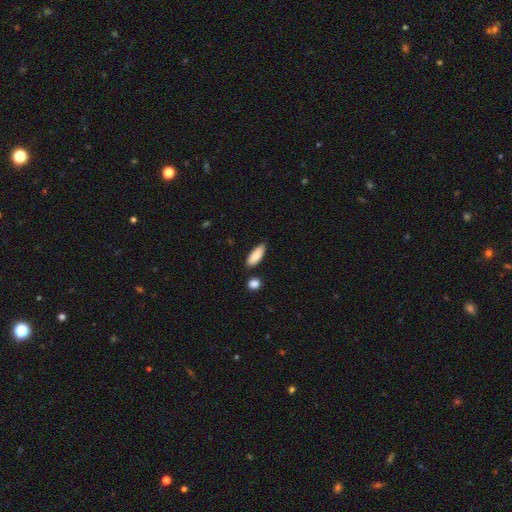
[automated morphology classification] smooth 88%, star or artifact 6%, featured or disk 6%. Down the decision tree: how rounded — in between (68%); merging — none (81%).